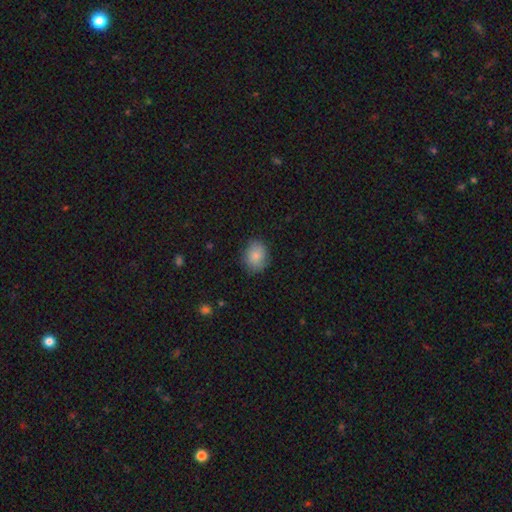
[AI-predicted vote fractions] The model was most divided on "how rounded": round: 57%, in between: 42%, cigar-shaped: 1%. More confident: smooth or featured — smooth (85%); merging — none (81%).